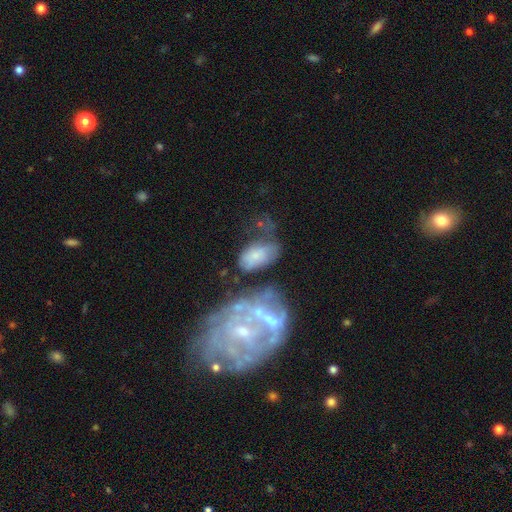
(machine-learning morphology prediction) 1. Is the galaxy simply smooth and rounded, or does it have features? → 46% smooth, 43% featured or disk, 11% star or artifact.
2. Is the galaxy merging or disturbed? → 27% none, 26% merger, 25% major disturbance, 22% minor disturbance.